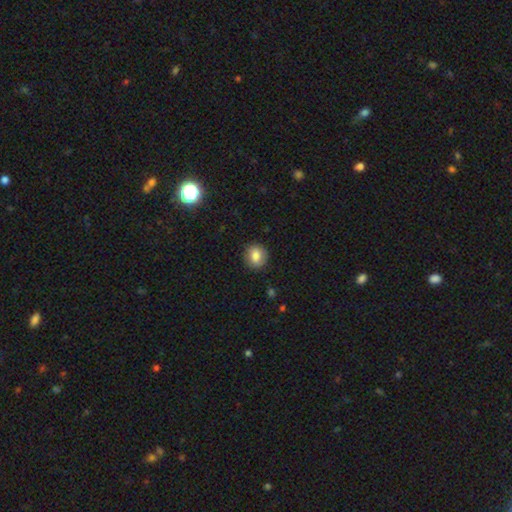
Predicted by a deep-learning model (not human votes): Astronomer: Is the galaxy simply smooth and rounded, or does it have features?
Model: smooth — 81%.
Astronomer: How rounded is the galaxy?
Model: round — 75%.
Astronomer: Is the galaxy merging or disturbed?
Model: none — 86%.